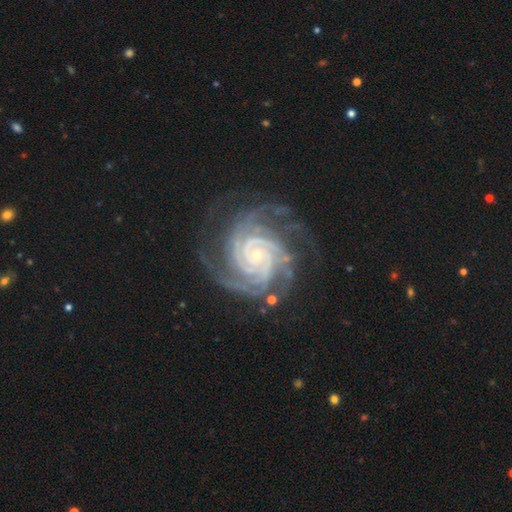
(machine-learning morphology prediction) This appears to be a featured or disk galaxy (93%) with no bar (72%), 4 (32%) tight (79%) spiral arms (99%) and a small central bulge (83%). Merging: none (74%).